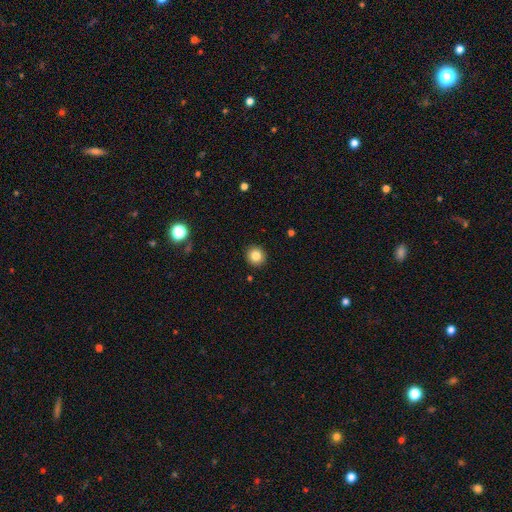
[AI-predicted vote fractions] The model was most divided on "smooth or featured": smooth: 83%, star or artifact: 11%, featured or disk: 6%. More confident: how rounded — round (93%); merging — none (92%).